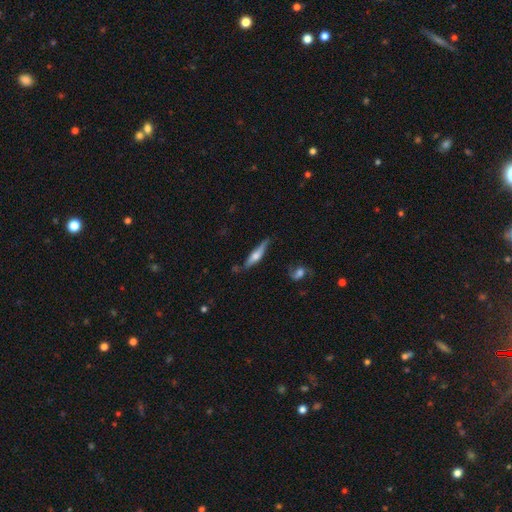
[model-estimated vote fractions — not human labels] Q: Smooth or featured?
A: featured or disk (60%); runner-up: smooth (34%)
Q: Edge-on disk?
A: yes (93%); runner-up: no (7%)
Q: Edge-on bulge?
A: rounded (85%); runner-up: boxy (10%)
Q: Merging?
A: none (73%); runner-up: minor disturbance (19%)